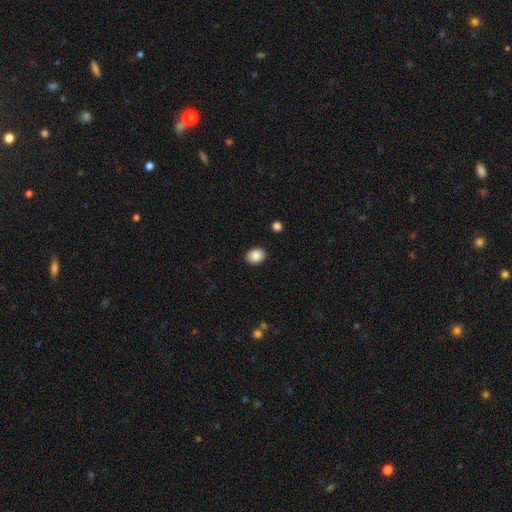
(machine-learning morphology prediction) This appears to be a smooth galaxy with no disk features (88%) that is in between round and cigar-shaped (56%). Merging: none (88%).